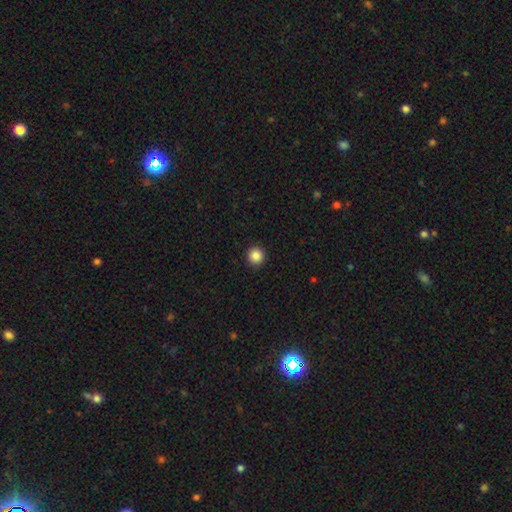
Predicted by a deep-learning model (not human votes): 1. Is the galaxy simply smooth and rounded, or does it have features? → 86% smooth, 10% star or artifact, 3% featured or disk.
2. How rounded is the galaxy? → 96% round, 3% in between, 1% cigar-shaped.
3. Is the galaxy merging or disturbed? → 93% none, 4% minor disturbance, 2% major disturbance, 1% merger.